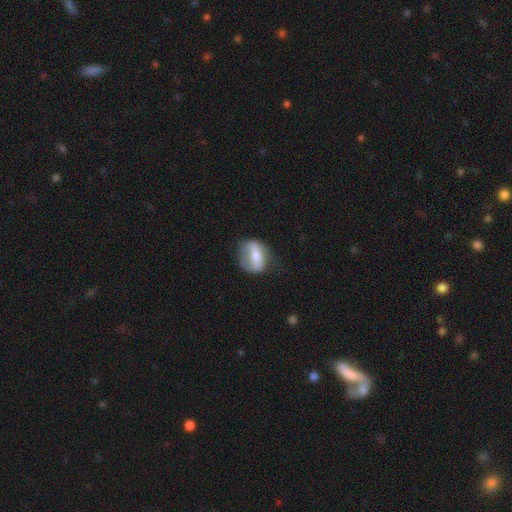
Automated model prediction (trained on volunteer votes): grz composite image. It shows a smooth galaxy with no disk features (50%) that is in between round and cigar-shaped (66%). Merging: none (53%).